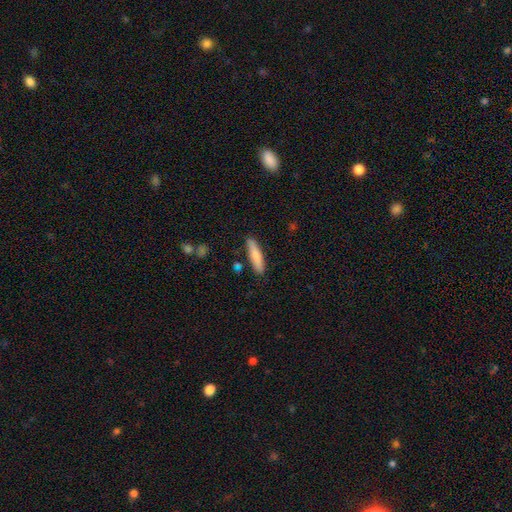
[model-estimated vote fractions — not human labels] smooth-or-featured: smooth: 81% | featured or disk: 13% | star or artifact: 6%
  how-rounded: cigar-shaped: 79% | in between: 19% | round: 1%
  merging: none: 85% | minor disturbance: 11% | merger: 2% | major disturbance: 2%